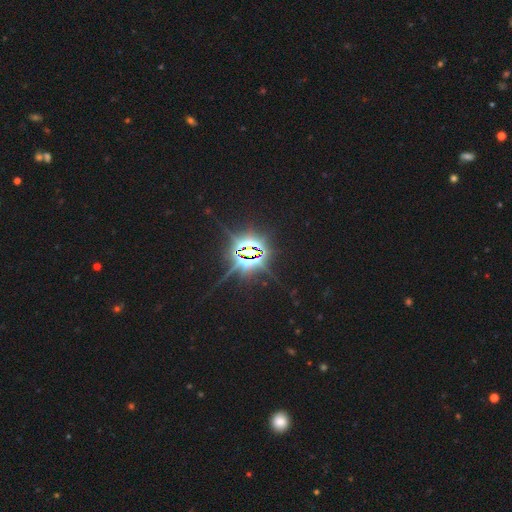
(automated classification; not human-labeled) Smooth or featured: star or artifact — 86% (featured or disk — 9%)